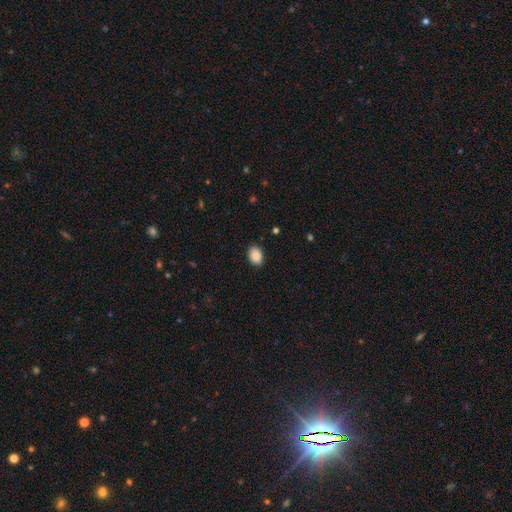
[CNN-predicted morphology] The model was most divided on "how rounded": in between: 72%, round: 27%, cigar-shaped: 1%. More confident: smooth or featured — smooth (90%); merging — none (85%).